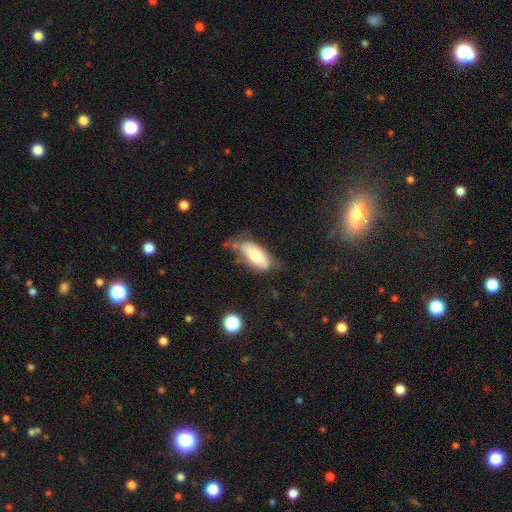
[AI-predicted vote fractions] Q: Smooth or featured?
A: smooth (69%); runner-up: featured or disk (24%)
Q: How rounded?
A: in between (85%); runner-up: cigar-shaped (12%)
Q: Merging?
A: none (49%); runner-up: minor disturbance (32%)